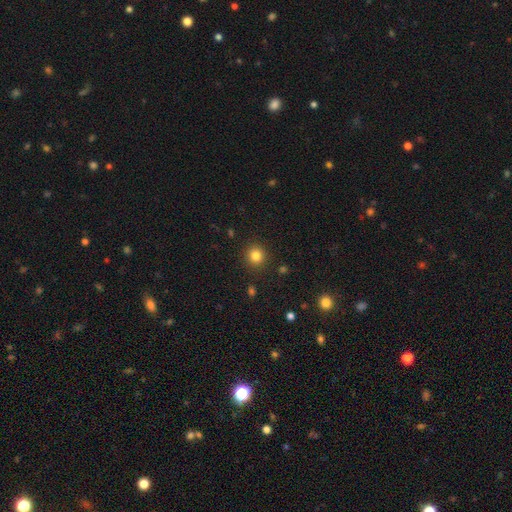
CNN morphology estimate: smooth 83%, star or artifact 12%, featured or disk 5%. Down the decision tree: how rounded — round (90%); merging — none (91%).